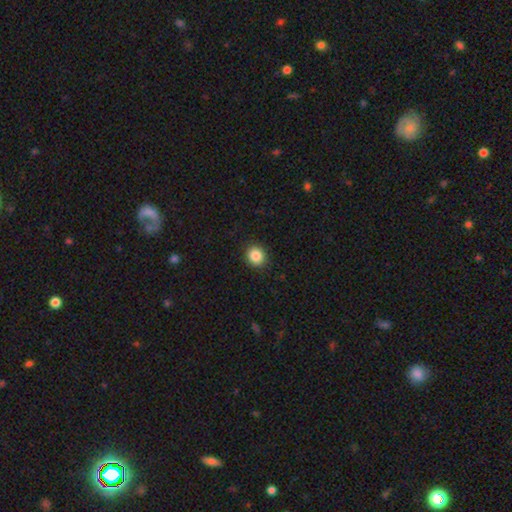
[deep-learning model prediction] smooth 86%, star or artifact 9%, featured or disk 4%. Down the decision tree: how rounded — round (81%); merging — none (91%).